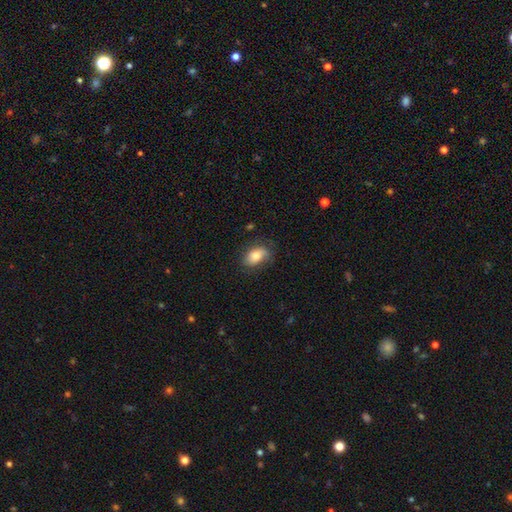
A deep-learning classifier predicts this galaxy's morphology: A smooth galaxy with no disk features (80%) that is in between round and cigar-shaped (88%). Merging: none (73%).